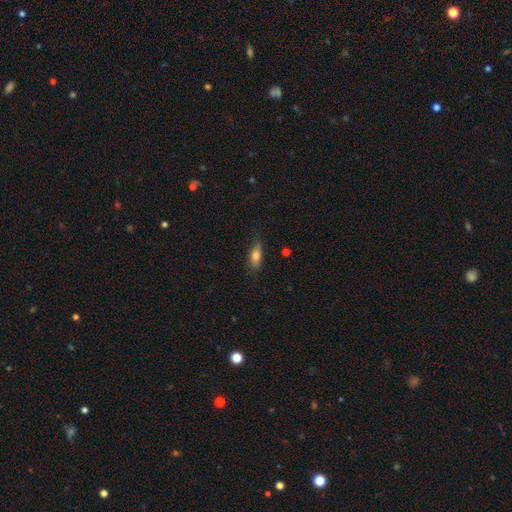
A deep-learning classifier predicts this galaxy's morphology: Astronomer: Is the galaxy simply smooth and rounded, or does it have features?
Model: smooth — 74%.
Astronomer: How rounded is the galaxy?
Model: in between — 71%.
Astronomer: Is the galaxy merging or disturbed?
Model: none — 72%.